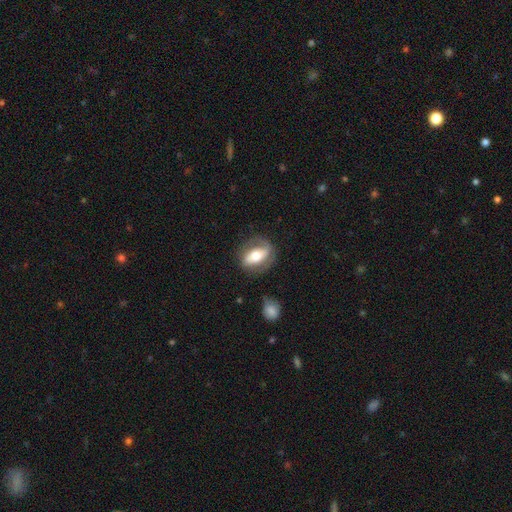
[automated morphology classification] Overall: featured or disk (59%; smooth 35%). Edge-on disk: no (87%). Bar: strong (54%; no 24%). Spiral arms: yes (64%; no 36%). Bulge size: moderate (63%). Merging: none (71%).